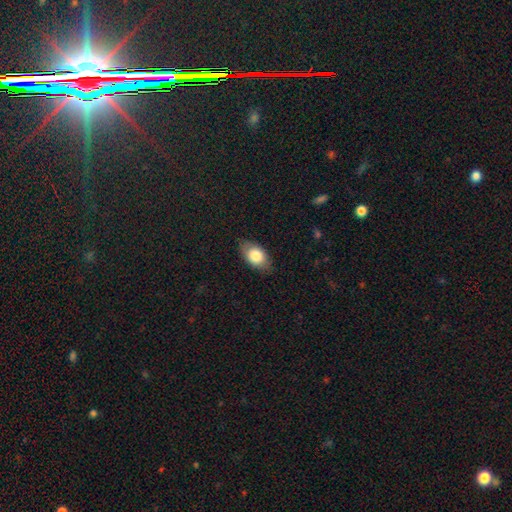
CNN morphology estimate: type=smooth (79%); roundness=in between (89%); merging=none (80%).